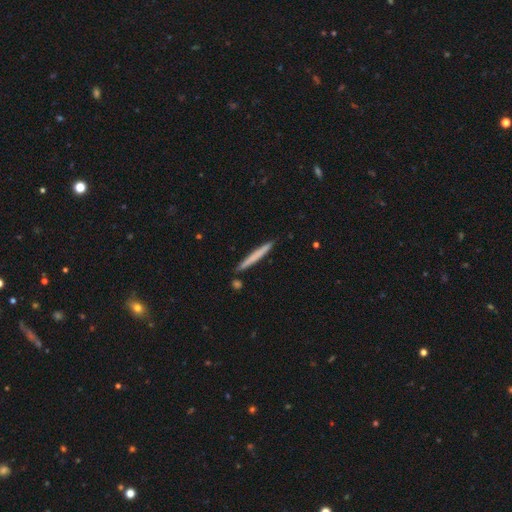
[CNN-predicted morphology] This appears to be a smooth galaxy with no disk features (64%) that is cigar-shaped (97%). Merging: none (88%).